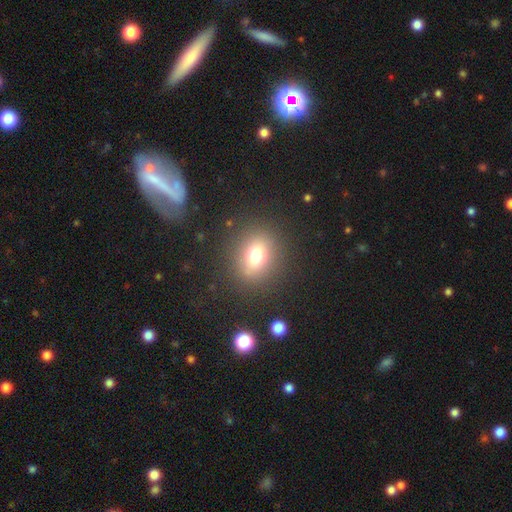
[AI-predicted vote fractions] Q: Smooth or featured?
A: smooth (72%); runner-up: star or artifact (16%)
Q: How rounded?
A: round (68%); runner-up: in between (31%)
Q: Merging?
A: none (86%); runner-up: minor disturbance (8%)